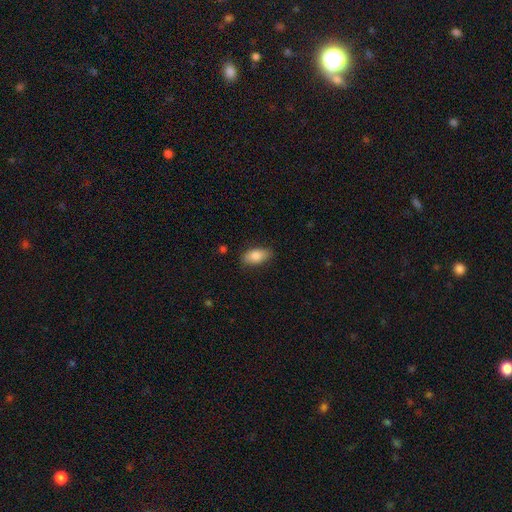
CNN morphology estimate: This appears to be a smooth galaxy with no disk features (84%) that is in between round and cigar-shaped (91%). Merging: none (84%).